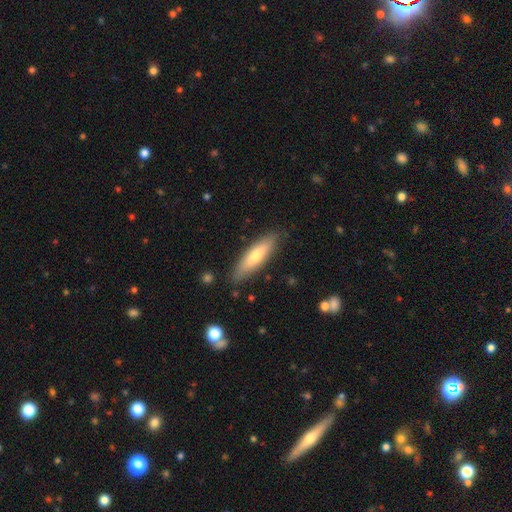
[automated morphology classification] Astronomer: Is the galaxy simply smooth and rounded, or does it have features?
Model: smooth — 63%.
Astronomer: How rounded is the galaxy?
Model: cigar-shaped — 67%.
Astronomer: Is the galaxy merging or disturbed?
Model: none — 85%.